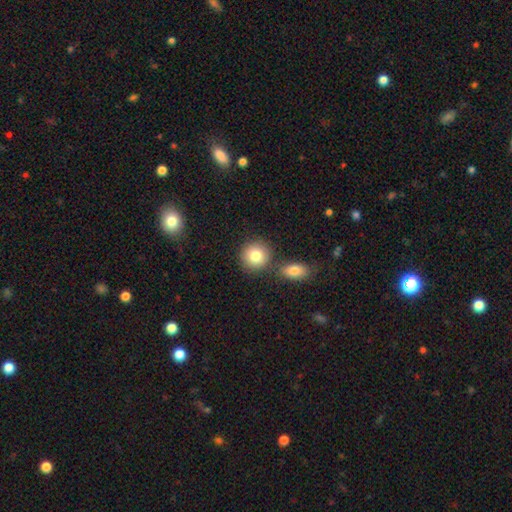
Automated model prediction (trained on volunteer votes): Q: Smooth or featured?
A: smooth (82%); runner-up: featured or disk (9%)
Q: How rounded?
A: round (88%); runner-up: in between (11%)
Q: Merging?
A: none (74%); runner-up: merger (15%)